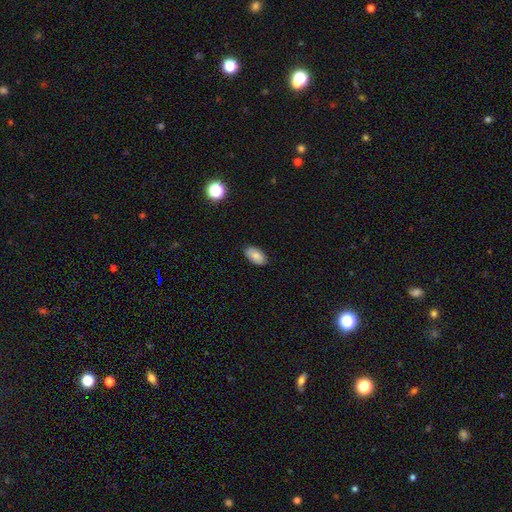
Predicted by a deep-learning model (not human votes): Overall: smooth (83%). How rounded: in between (94%). Merging: none (86%).